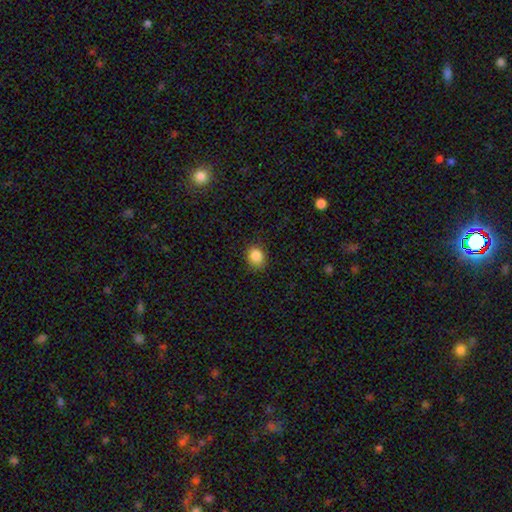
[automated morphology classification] Smooth or featured? Predicted: smooth (p=0.87). How rounded? Predicted: round (p=0.64). Merging? Predicted: none (p=0.83).